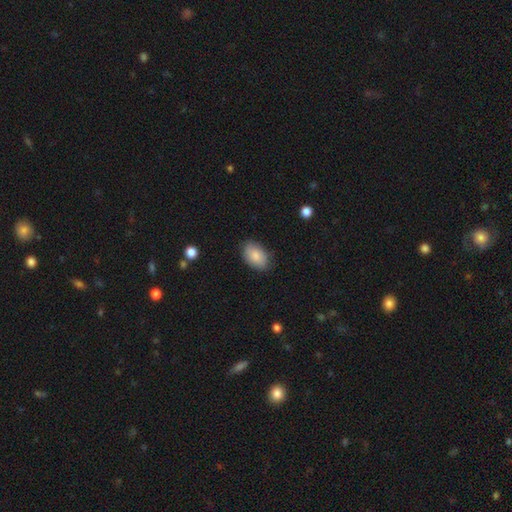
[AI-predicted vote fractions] A smooth galaxy with no disk features (86%) that is in between round and cigar-shaped (90%). Merging: none (82%).